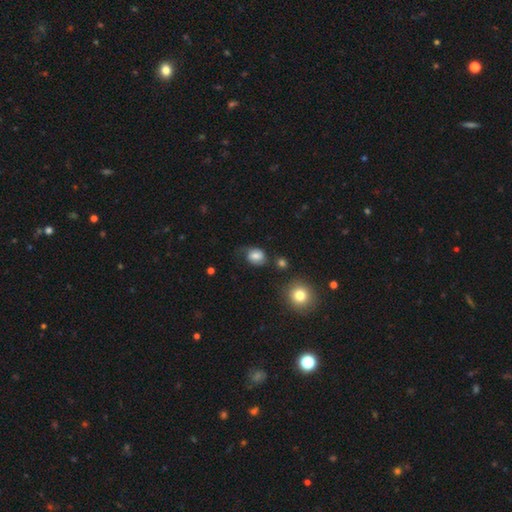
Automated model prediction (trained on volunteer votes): Morphology: type=smooth (67%); roundness=round (54%); merging=none (51%).